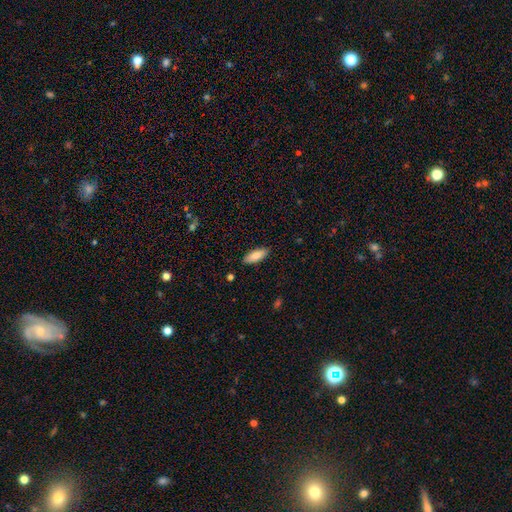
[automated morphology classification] Q: Smooth or featured?
A: smooth (85%); runner-up: featured or disk (9%)
Q: How rounded?
A: in between (74%); runner-up: cigar-shaped (24%)
Q: Merging?
A: none (87%); runner-up: minor disturbance (10%)